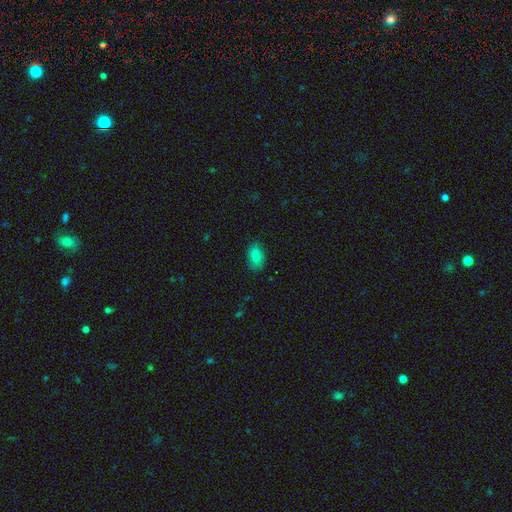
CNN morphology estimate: smooth 82%, featured or disk 9%, star or artifact 8%. Down the decision tree: how rounded — in between (90%); merging — none (84%).